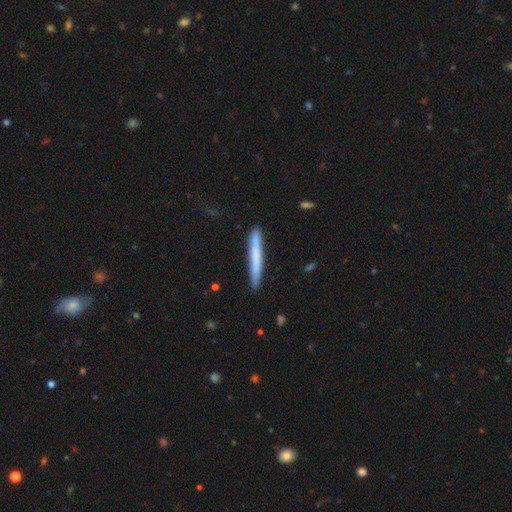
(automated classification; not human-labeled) This appears to be a smooth galaxy with no disk features (66%) that is cigar-shaped (97%). Merging: none (88%).